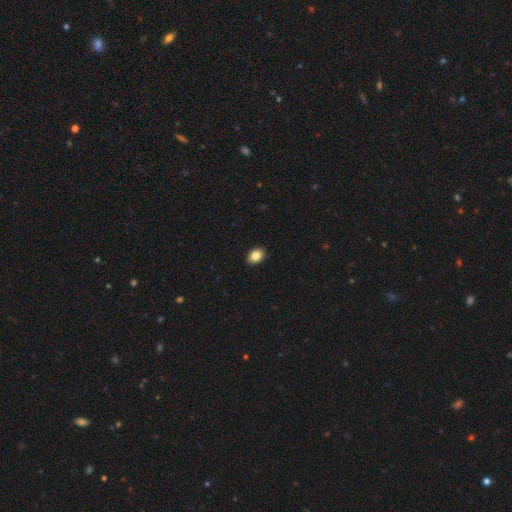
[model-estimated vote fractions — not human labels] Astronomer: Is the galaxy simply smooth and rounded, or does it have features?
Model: smooth — 85%.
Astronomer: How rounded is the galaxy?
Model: in between — 78%.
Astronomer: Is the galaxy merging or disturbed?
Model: none — 91%.